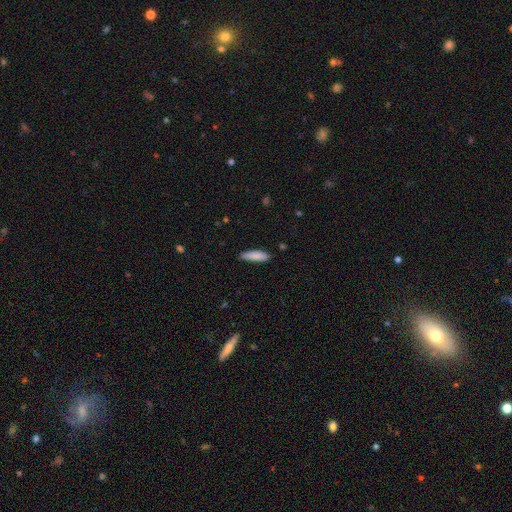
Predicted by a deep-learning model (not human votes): smooth_or_featured: smooth (p=0.87) [alt: featured or disk p=0.07]
how_rounded: cigar-shaped (p=0.66) [alt: in between p=0.33]
merging: none (p=0.82) [alt: minor disturbance p=0.14]